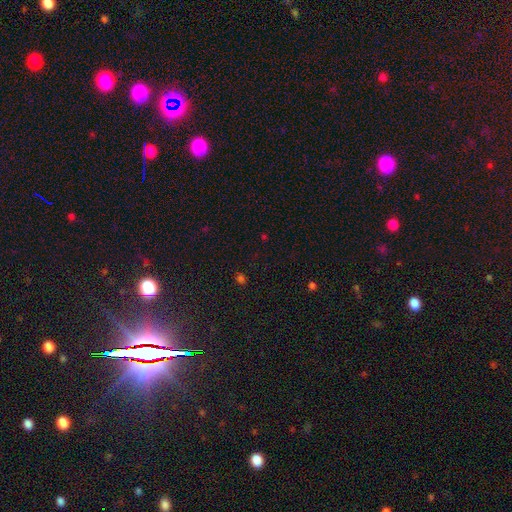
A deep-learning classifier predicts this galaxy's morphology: Smooth or featured? star or artifact (50%)